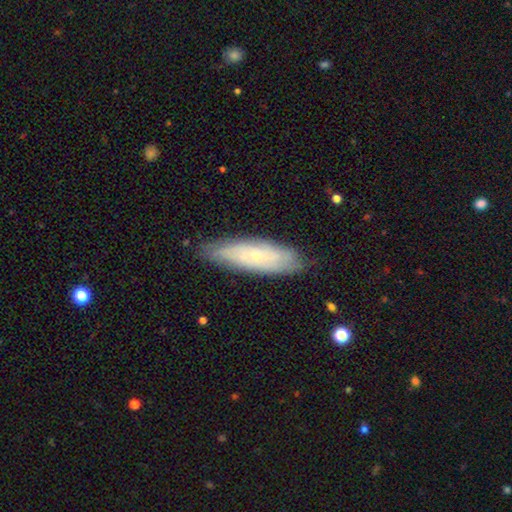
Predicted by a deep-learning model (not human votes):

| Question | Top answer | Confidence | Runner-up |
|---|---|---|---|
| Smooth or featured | featured or disk | 55% | smooth (38%) |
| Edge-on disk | no | 74% | yes (26%) |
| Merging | none | 79% | minor disturbance (17%) |